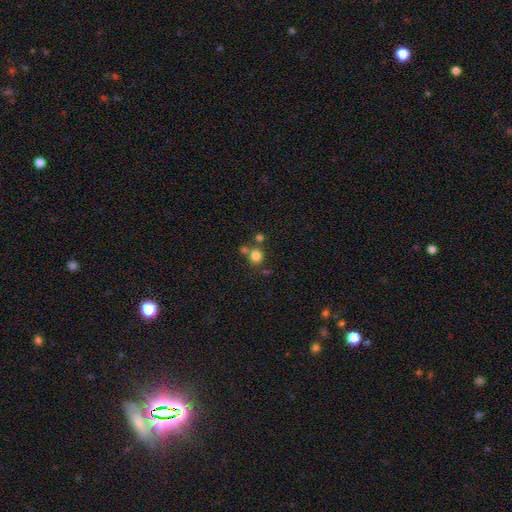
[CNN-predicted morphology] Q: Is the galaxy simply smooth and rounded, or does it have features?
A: smooth — 79%.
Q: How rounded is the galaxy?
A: round — 86%.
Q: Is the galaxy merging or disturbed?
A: none — 64%.